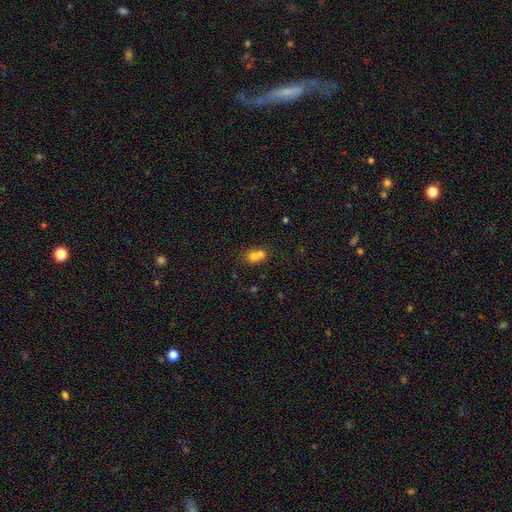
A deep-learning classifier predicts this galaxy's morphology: type=smooth (71%); roundness=round (65%); merging=merger (64%).